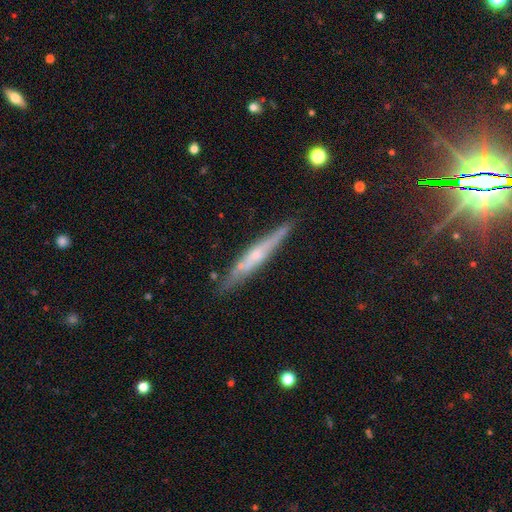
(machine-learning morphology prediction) smooth_or_featured: featured or disk (p=0.63) [alt: smooth p=0.30]
disk_edge_on: yes (p=0.95) [alt: no p=0.05]
edge_on_bulge: rounded (p=0.48) [alt: none p=0.38]
merging: none (p=0.84) [alt: minor disturbance p=0.12]